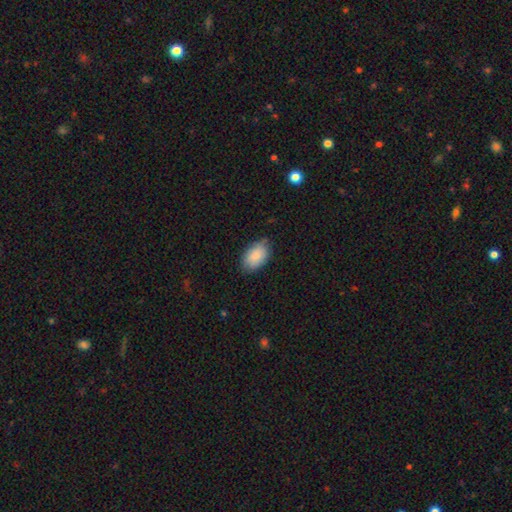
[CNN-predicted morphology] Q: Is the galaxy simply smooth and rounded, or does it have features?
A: smooth — 87%.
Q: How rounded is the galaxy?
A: in between — 92%.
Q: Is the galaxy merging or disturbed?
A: none — 75%.